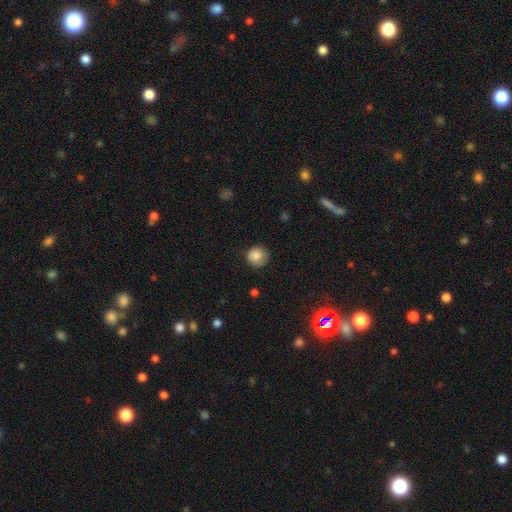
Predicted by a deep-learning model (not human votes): Q: Smooth or featured?
A: smooth (85%); runner-up: star or artifact (9%)
Q: How rounded?
A: round (91%); runner-up: in between (8%)
Q: Merging?
A: none (73%); runner-up: minor disturbance (20%)